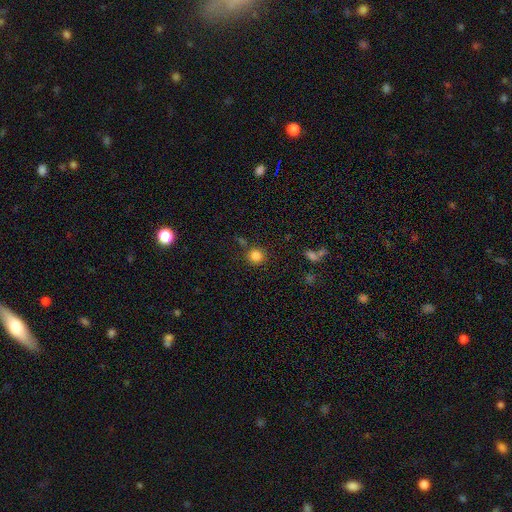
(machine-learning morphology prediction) Smooth or featured?
  - smooth: 84% *
  - star or artifact: 11%
  - featured or disk: 4%
How rounded?
  - round: 92% *
  - in between: 7%
  - cigar-shaped: 1%
Merging?
  - none: 81% *
  - minor disturbance: 9%
  - merger: 7%
  - major disturbance: 3%